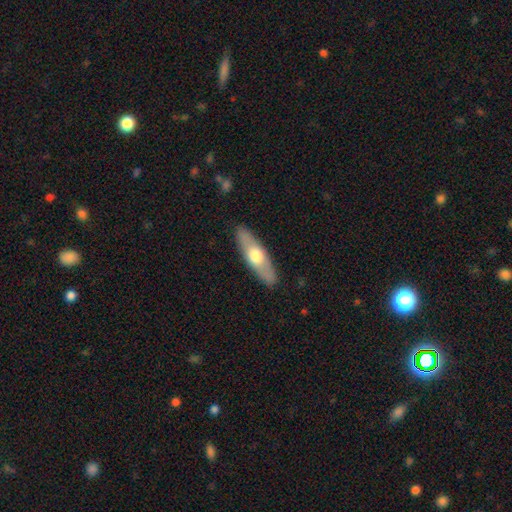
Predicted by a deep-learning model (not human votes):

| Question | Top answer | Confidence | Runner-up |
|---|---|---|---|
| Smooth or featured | smooth | 52% | featured or disk (43%) |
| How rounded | cigar-shaped | 56% | in between (42%) |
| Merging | none | 88% | minor disturbance (9%) |